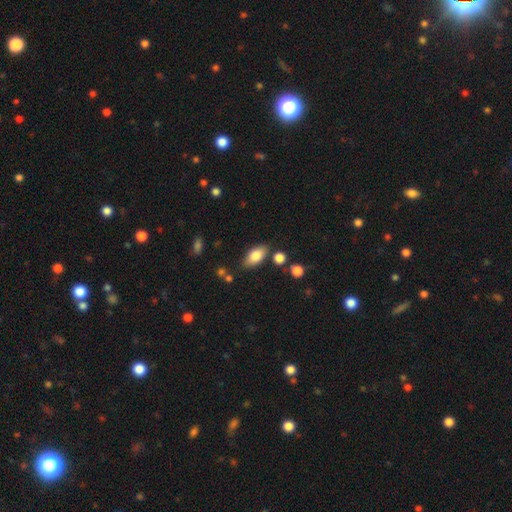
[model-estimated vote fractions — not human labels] A smooth galaxy with no disk features (81%) that is in between round and cigar-shaped (90%). Merging: none (77%).